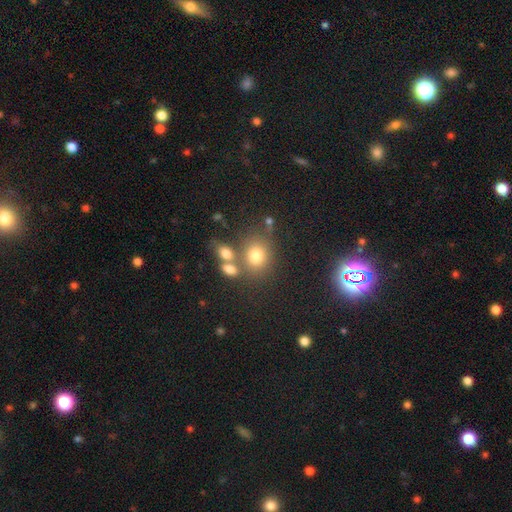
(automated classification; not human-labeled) Smooth or featured?
  - smooth: 74% *
  - star or artifact: 15%
  - featured or disk: 11%
How rounded?
  - round: 63% *
  - in between: 36%
  - cigar-shaped: 1%
Merging?
  - none: 58% *
  - merger: 24%
  - minor disturbance: 13%
  - major disturbance: 6%